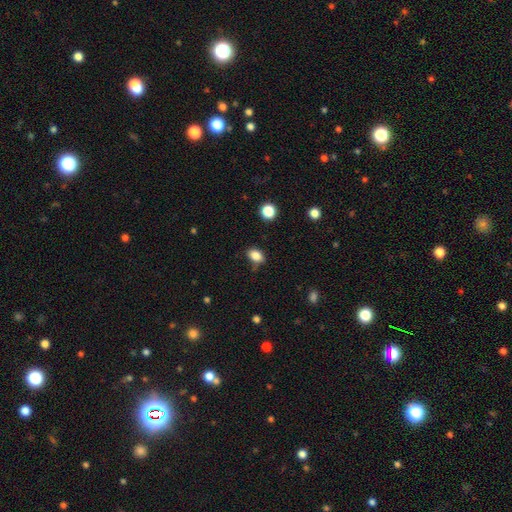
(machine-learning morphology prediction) type=smooth (85%); roundness=in between (77%); merging=none (79%).